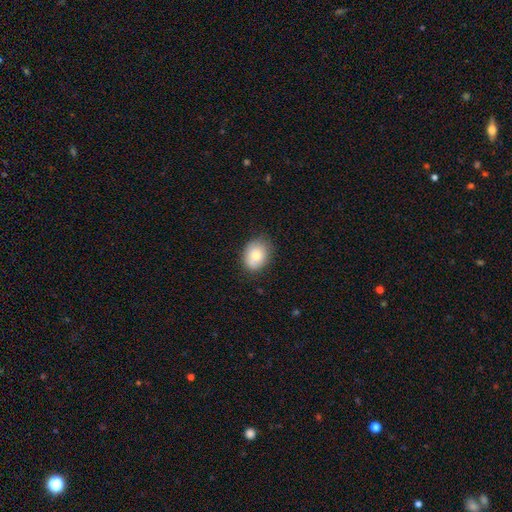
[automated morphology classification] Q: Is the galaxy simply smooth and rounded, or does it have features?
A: smooth — 78%.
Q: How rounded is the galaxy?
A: in between — 58%.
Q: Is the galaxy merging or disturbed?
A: none — 77%.